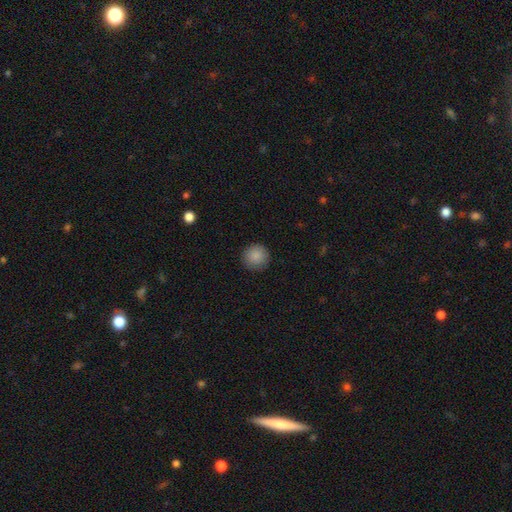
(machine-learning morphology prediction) Smooth or featured?
  - smooth: 88% *
  - star or artifact: 8%
  - featured or disk: 4%
How rounded?
  - round: 95% *
  - in between: 4%
  - cigar-shaped: 1%
Merging?
  - none: 91% *
  - minor disturbance: 6%
  - major disturbance: 2%
  - merger: 1%